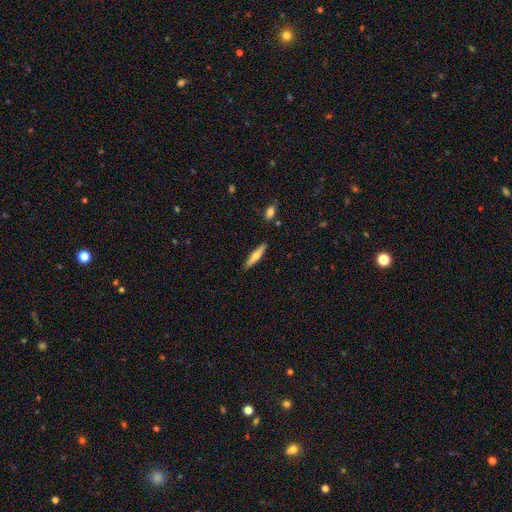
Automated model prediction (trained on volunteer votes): This appears to be a smooth galaxy with no disk features (62%) that is cigar-shaped (85%). Merging: none (87%).